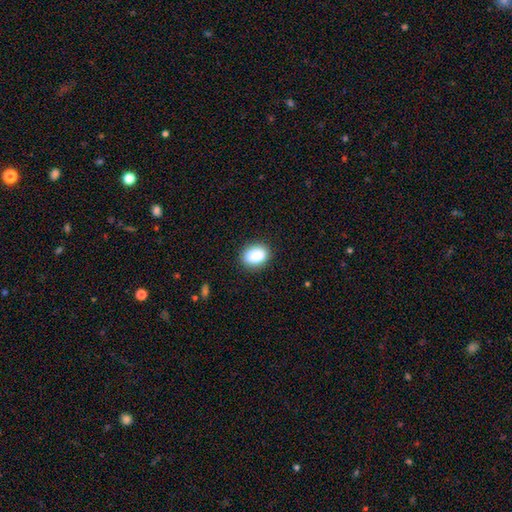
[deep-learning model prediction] Q: Smooth or featured?
A: smooth (88%); runner-up: star or artifact (8%)
Q: How rounded?
A: in between (76%); runner-up: round (23%)
Q: Merging?
A: none (86%); runner-up: minor disturbance (10%)